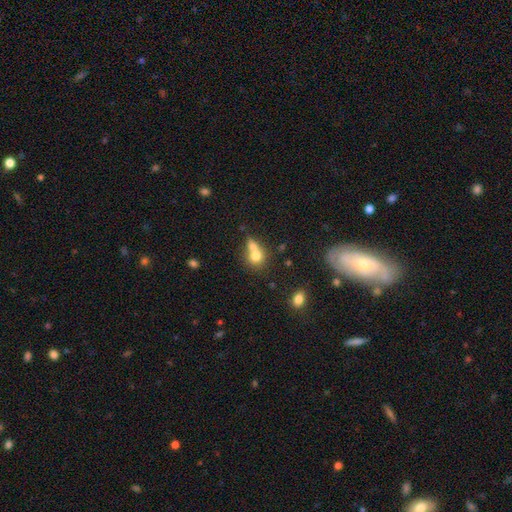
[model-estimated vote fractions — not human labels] smooth 73%, featured or disk 16%, star or artifact 11%. Down the decision tree: how rounded — round (74%); merging — merger (58%).